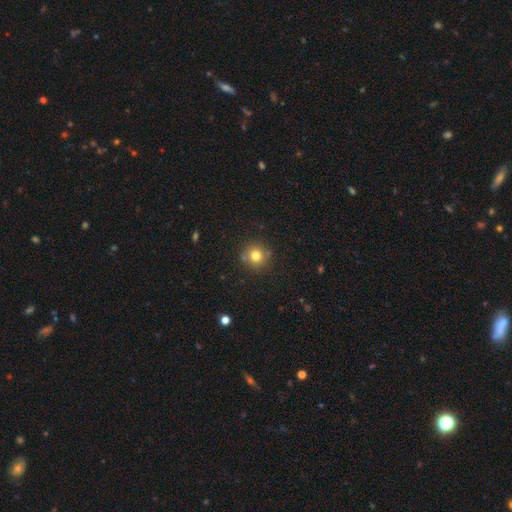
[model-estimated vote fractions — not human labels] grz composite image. It shows a smooth galaxy with no disk features (79%) that is round (92%). Merging: none (82%).